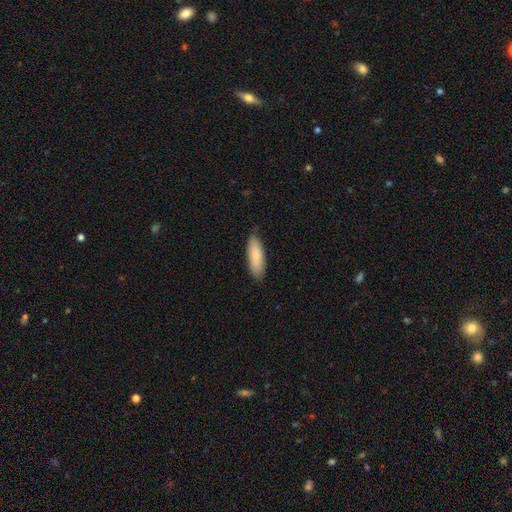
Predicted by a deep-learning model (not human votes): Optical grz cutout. It shows a smooth galaxy with no disk features (84%) that is in between round and cigar-shaped (59%). Merging: none (83%).